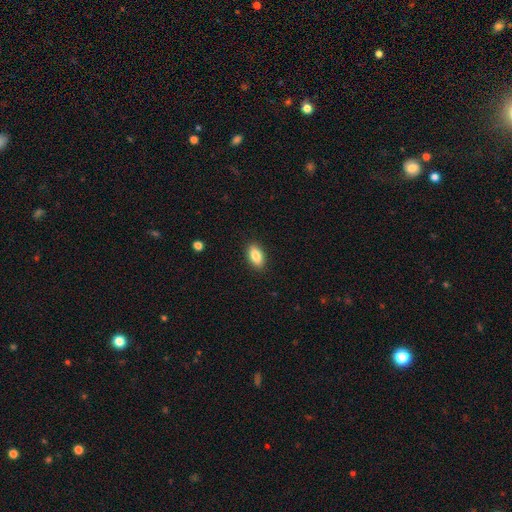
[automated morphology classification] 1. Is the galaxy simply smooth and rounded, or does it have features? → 86% smooth, 7% star or artifact, 7% featured or disk.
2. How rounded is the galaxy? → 90% in between, 5% cigar-shaped, 5% round.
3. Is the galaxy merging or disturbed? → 89% none, 8% minor disturbance, 2% major disturbance, 1% merger.